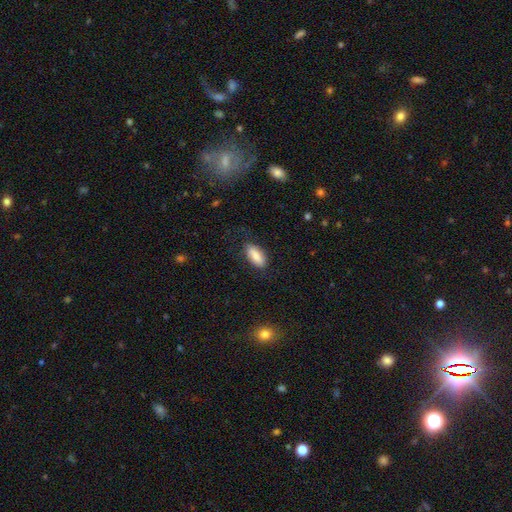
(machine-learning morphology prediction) smooth-or-featured: smooth: 83% | featured or disk: 11% | star or artifact: 7%
  how-rounded: in between: 86% | cigar-shaped: 11% | round: 2%
  merging: none: 78% | minor disturbance: 16% | major disturbance: 5% | merger: 1%